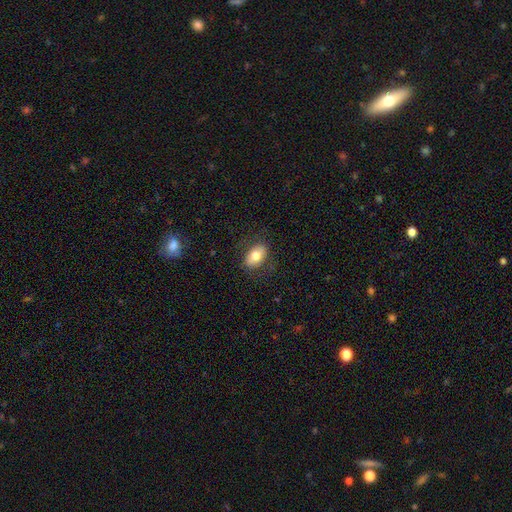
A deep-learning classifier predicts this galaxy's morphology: A smooth galaxy with no disk features (76%) that is in between round and cigar-shaped (87%).

Vote fractions:
- Smooth or featured? smooth: 76% / featured or disk: 16% / star or artifact: 8%
- How rounded? in between: 87% / round: 11% / cigar-shaped: 2%
- Merging? none: 81% / minor disturbance: 13% / major disturbance: 4% / merger: 1%